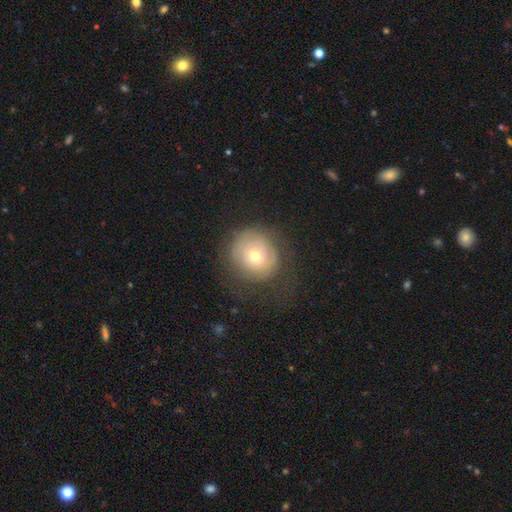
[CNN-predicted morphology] type=smooth (60%); roundness=round (88%); merging=none (67%).